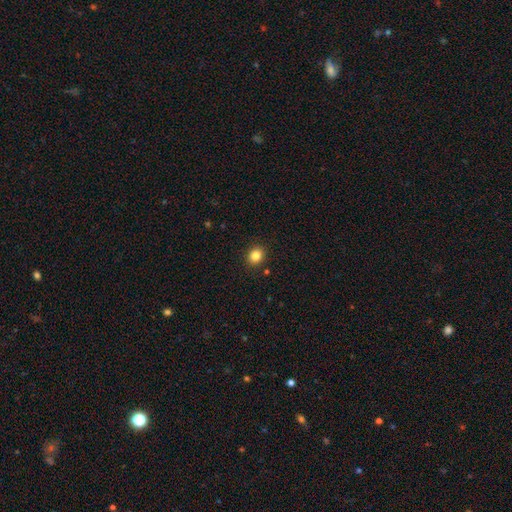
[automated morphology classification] A smooth galaxy with no disk features (83%) that is round (67%). Merging: none (90%).